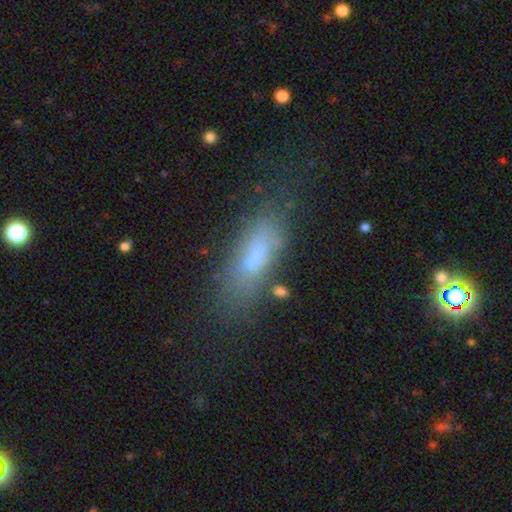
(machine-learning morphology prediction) smooth-or-featured: smooth: 67% | featured or disk: 22% | star or artifact: 12%
  how-rounded: in between: 60% | cigar-shaped: 37% | round: 3%
  merging: none: 60% | minor disturbance: 22% | major disturbance: 13% | merger: 5%